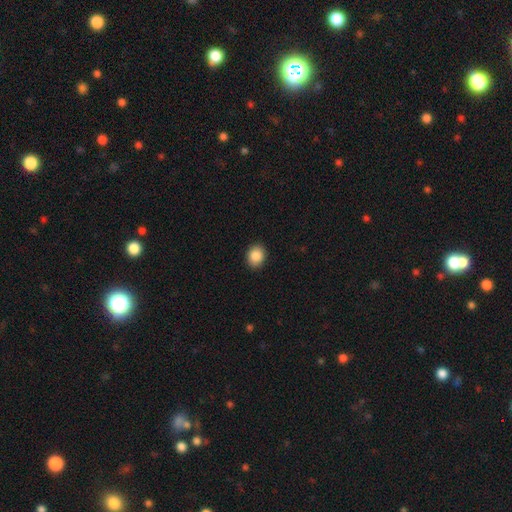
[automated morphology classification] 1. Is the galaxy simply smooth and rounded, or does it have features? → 88% smooth, 8% star or artifact, 4% featured or disk.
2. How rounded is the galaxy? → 58% round, 41% in between, 1% cigar-shaped.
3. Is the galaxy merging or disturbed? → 90% none, 8% minor disturbance, 2% major disturbance, 1% merger.